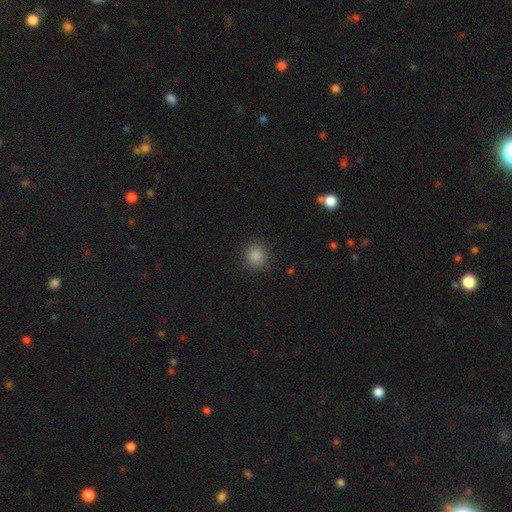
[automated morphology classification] type=smooth (86%); roundness=round (89%); merging=none (90%).